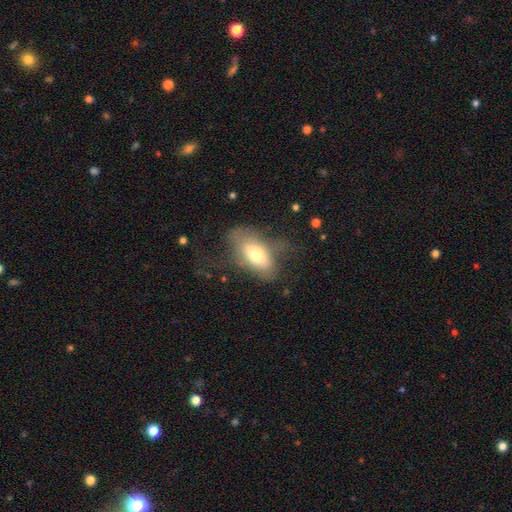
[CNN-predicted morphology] This appears to be a smooth galaxy with no disk features (63%) that is in between round and cigar-shaped (88%). Merging: none (44%).